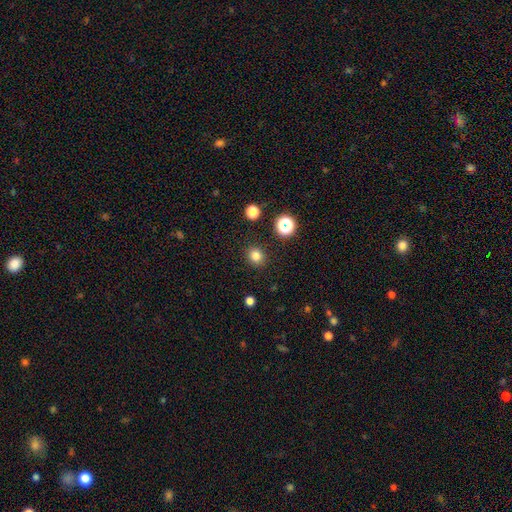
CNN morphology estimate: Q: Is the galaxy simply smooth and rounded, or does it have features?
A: smooth — 80%.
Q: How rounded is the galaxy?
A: round — 83%.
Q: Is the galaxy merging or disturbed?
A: none — 90%.